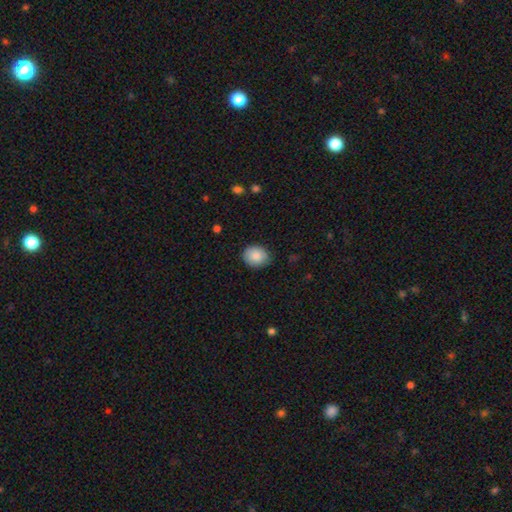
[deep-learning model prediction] smooth-or-featured: smooth: 87% | star or artifact: 7% | featured or disk: 6%
  how-rounded: round: 60% | in between: 39% | cigar-shaped: 1%
  merging: none: 84% | minor disturbance: 13% | major disturbance: 2% | merger: 1%